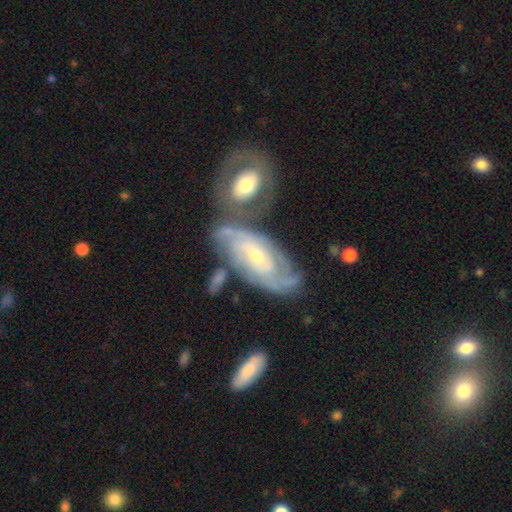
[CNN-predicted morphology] This is clearly a featured or disk galaxy (84%). It is clearly not viewed edge-on (93%). Bar: possibly no (59%). Spiral arm pattern: clearly yes (94%). Spiral arm count: marginally can't tell (36%). Spiral winding: likely tight (63%). Central bulge: possibly small (58%). Merging: possibly none (54%).